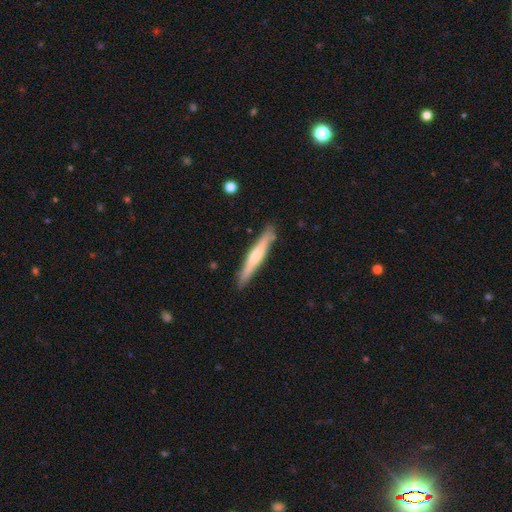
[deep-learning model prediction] Morphology: type=smooth (51%); roundness=cigar-shaped (94%); merging=none (87%).